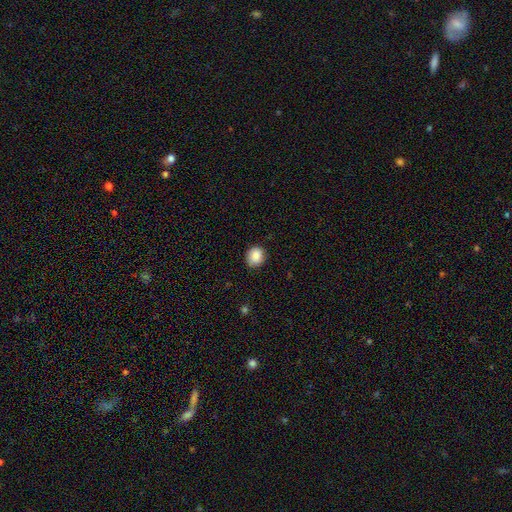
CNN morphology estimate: Q: Smooth or featured?
A: smooth (87%); runner-up: star or artifact (9%)
Q: How rounded?
A: round (77%); runner-up: in between (22%)
Q: Merging?
A: none (81%); runner-up: minor disturbance (15%)